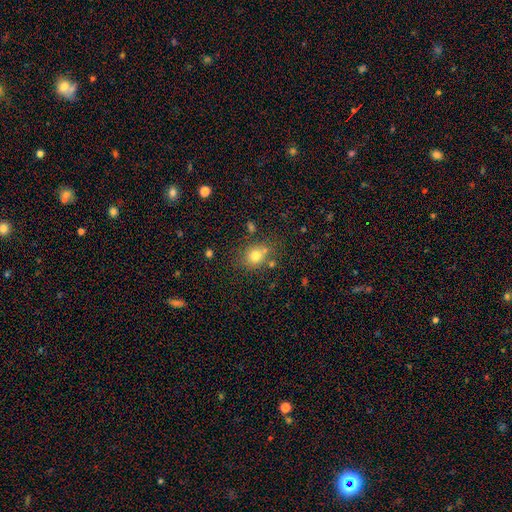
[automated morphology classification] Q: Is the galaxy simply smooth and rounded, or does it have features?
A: smooth — 76%.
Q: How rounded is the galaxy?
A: round — 69%.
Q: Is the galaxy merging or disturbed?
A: none — 68%.